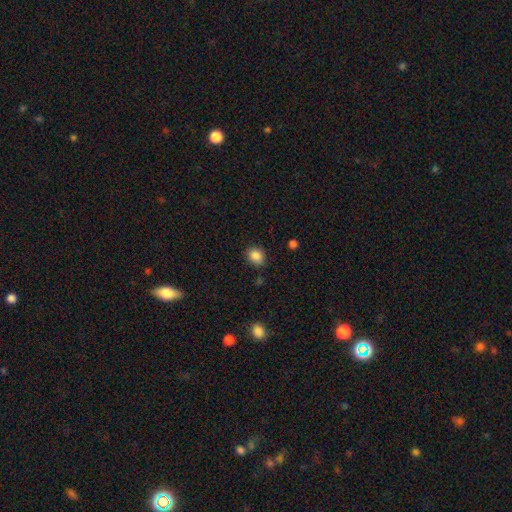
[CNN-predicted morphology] The model was most divided on "how rounded": round: 68%, in between: 31%, cigar-shaped: 1%. More confident: smooth or featured — smooth (86%); merging — none (84%).